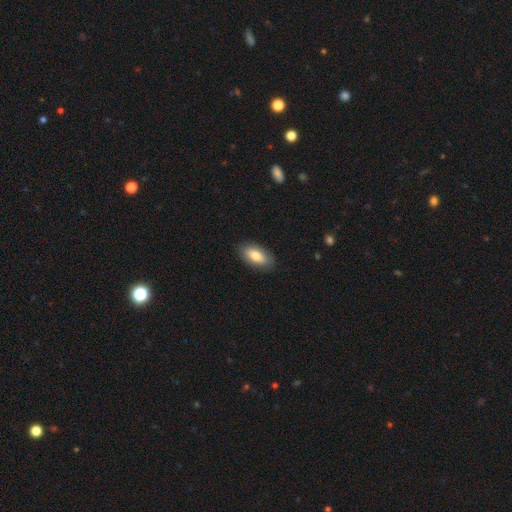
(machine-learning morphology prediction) The model was most divided on "smooth or featured": smooth: 78%, featured or disk: 16%, star or artifact: 6%. More confident: how rounded — in between (88%); merging — none (87%).